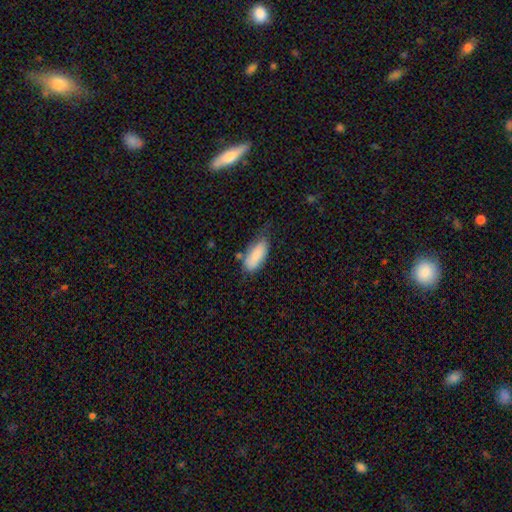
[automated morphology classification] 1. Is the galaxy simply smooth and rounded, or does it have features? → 82% smooth, 12% featured or disk, 6% star or artifact.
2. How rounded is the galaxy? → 85% in between, 13% cigar-shaped, 2% round.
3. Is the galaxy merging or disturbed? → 49% none, 34% minor disturbance, 10% major disturbance, 7% merger.